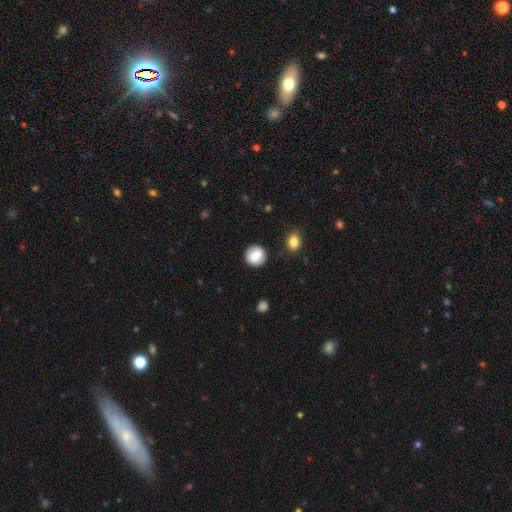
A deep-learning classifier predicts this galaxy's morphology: type=smooth (78%); roundness=round (91%); merging=none (87%).